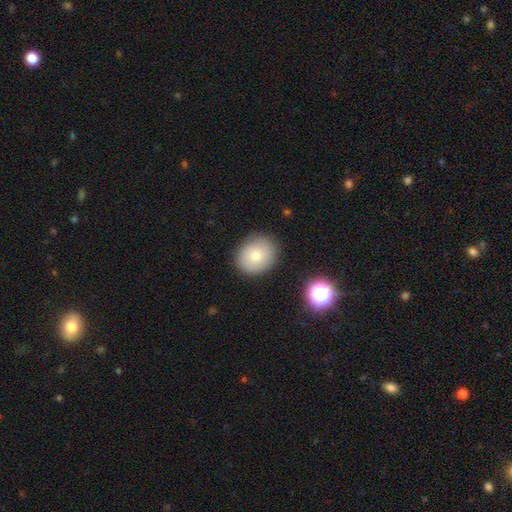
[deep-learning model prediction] smooth_or_featured: smooth (p=0.78) [alt: featured or disk p=0.13]
how_rounded: round (p=0.63) [alt: in between p=0.36]
merging: none (p=0.85) [alt: minor disturbance p=0.10]